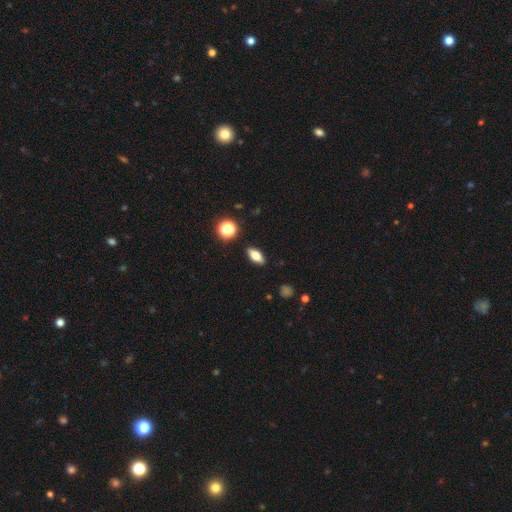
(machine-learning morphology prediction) A smooth galaxy with no disk features (66%) that is in between round and cigar-shaped (76%).

Vote fractions:
- Smooth or featured? smooth: 66% / featured or disk: 24% / star or artifact: 10%
- How rounded? in between: 76% / cigar-shaped: 17% / round: 7%
- Merging? none: 88% / minor disturbance: 8% / major disturbance: 2% / merger: 2%